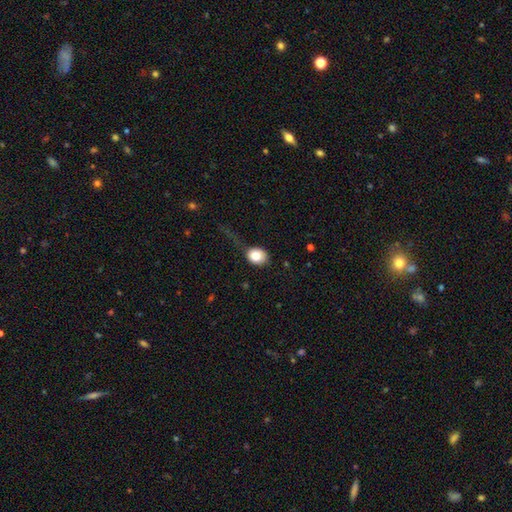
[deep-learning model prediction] smooth 82%, featured or disk 9%, star or artifact 9%. Down the decision tree: how rounded — round (53%); merging — none (50%).